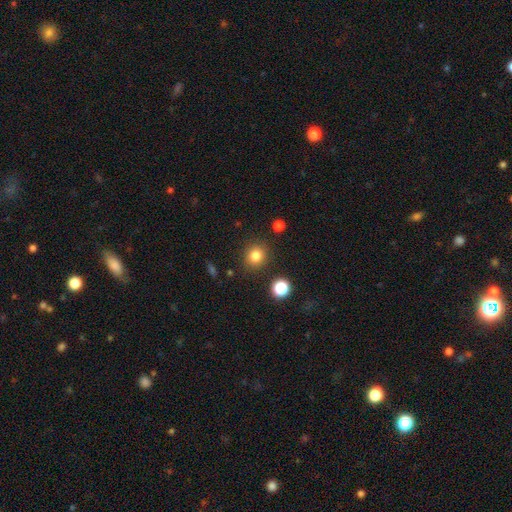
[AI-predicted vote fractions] A smooth galaxy with no disk features (82%) that is round (87%).

Vote fractions:
- Smooth or featured? smooth: 82% / star or artifact: 13% / featured or disk: 6%
- How rounded? round: 87% / in between: 12% / cigar-shaped: 1%
- Merging? none: 88% / minor disturbance: 7% / major disturbance: 3% / merger: 2%